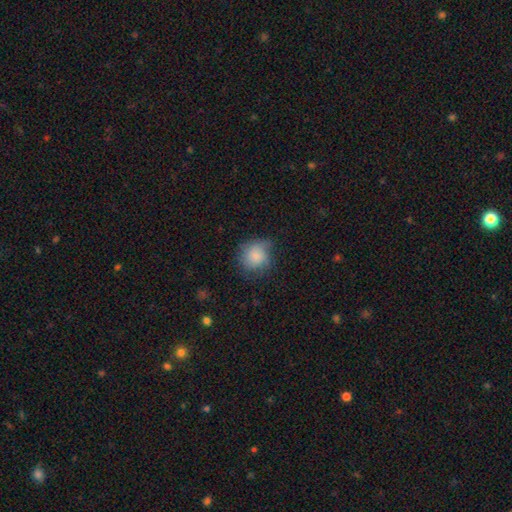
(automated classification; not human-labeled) smooth_or_featured: smooth (p=0.81) [alt: featured or disk p=0.11]
how_rounded: round (p=0.84) [alt: in between p=0.15]
merging: none (p=0.61) [alt: minor disturbance p=0.28]